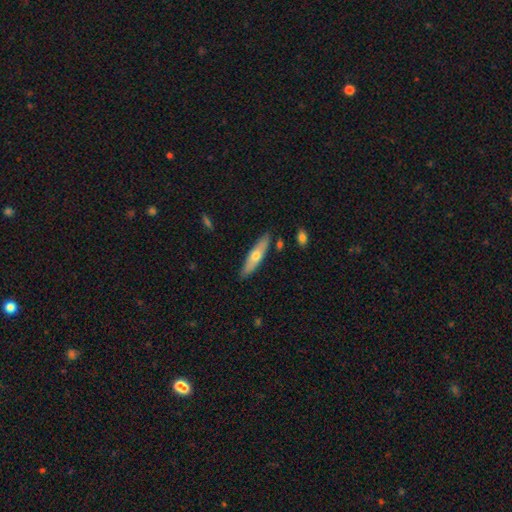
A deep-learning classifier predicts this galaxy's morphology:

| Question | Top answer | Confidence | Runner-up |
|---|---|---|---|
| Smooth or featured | smooth | 54% | featured or disk (41%) |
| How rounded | cigar-shaped | 72% | in between (26%) |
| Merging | none | 86% | minor disturbance (10%) |